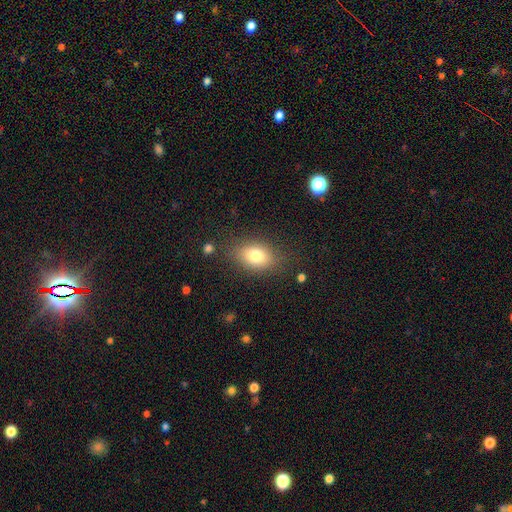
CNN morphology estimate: A smooth galaxy with no disk features (79%) that is in between round and cigar-shaped (81%). Merging: none (80%).